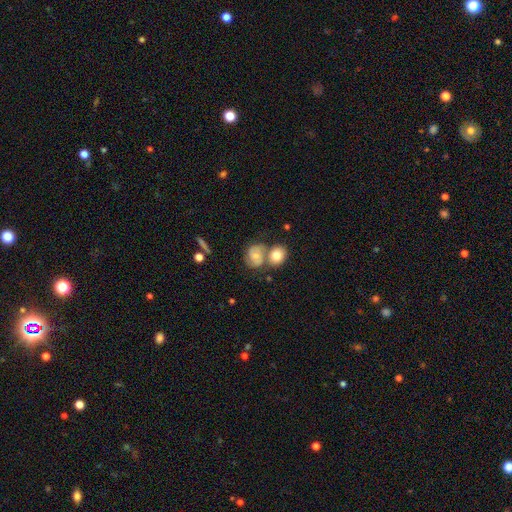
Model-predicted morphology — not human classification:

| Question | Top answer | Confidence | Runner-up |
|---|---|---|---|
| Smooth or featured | featured or disk | 46% | smooth (44%) |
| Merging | none | 44% | merger (35%) |